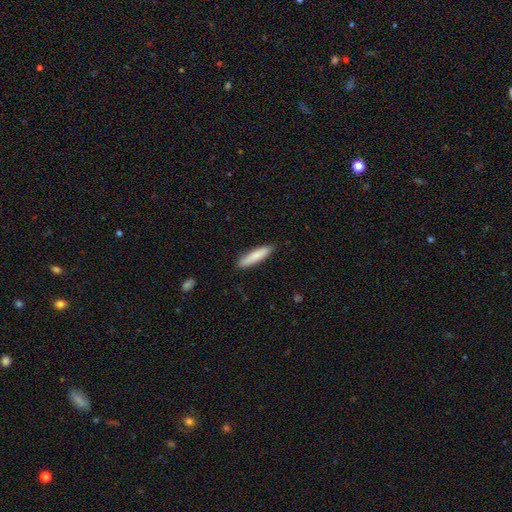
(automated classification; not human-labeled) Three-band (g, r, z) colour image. It shows a smooth galaxy with no disk features (82%) that is cigar-shaped (83%). Merging: none (89%).